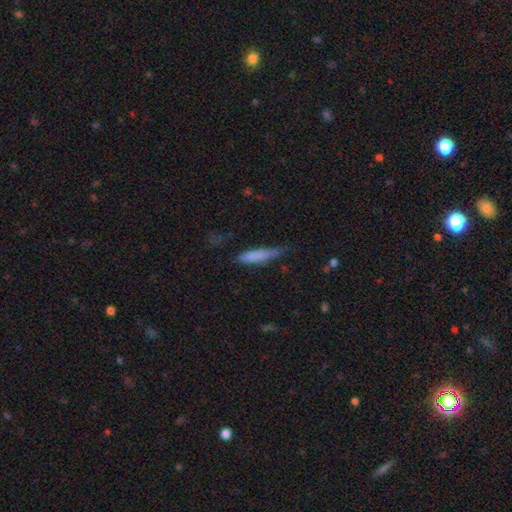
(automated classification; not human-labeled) The model was most divided on "merging": none: 61%, minor disturbance: 30%, major disturbance: 7%, merger: 2%. More confident: how rounded — cigar-shaped (85%); smooth or featured — smooth (75%).